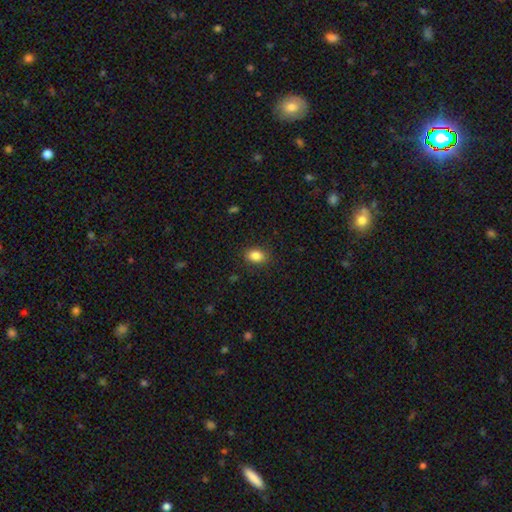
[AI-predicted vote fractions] smooth-or-featured: smooth: 86% | star or artifact: 9% | featured or disk: 5%
  how-rounded: in between: 76% | round: 23% | cigar-shaped: 1%
  merging: none: 87% | minor disturbance: 9% | major disturbance: 3% | merger: 1%